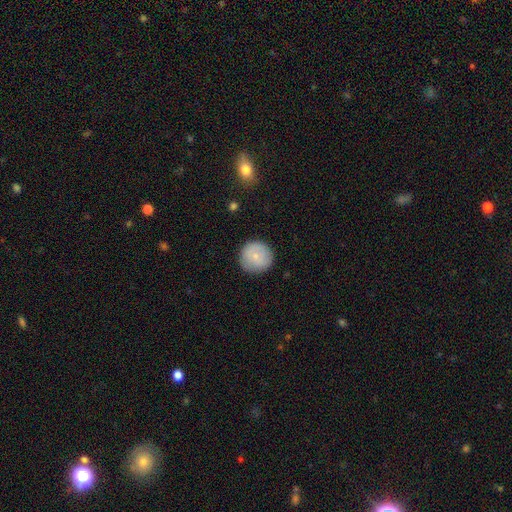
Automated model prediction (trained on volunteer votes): The model was most divided on "smooth or featured": smooth: 78%, featured or disk: 15%, star or artifact: 7%. More confident: how rounded — round (95%); merging — none (87%).